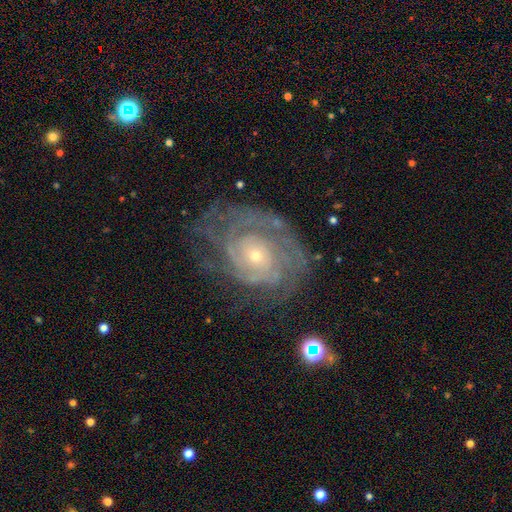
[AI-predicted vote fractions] This appears to be a featured or disk galaxy (86%) with no bar (78%), tight (74%) spiral arms (94%) and a small central bulge (73%). Merging: none (67%).